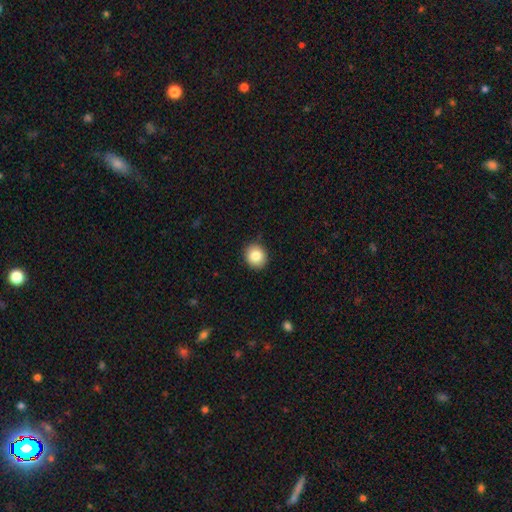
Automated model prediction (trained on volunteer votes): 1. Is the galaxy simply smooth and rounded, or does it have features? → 84% smooth, 9% star or artifact, 7% featured or disk.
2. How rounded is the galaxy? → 85% round, 14% in between, 1% cigar-shaped.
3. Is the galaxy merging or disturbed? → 88% none, 9% minor disturbance, 2% major disturbance, 1% merger.